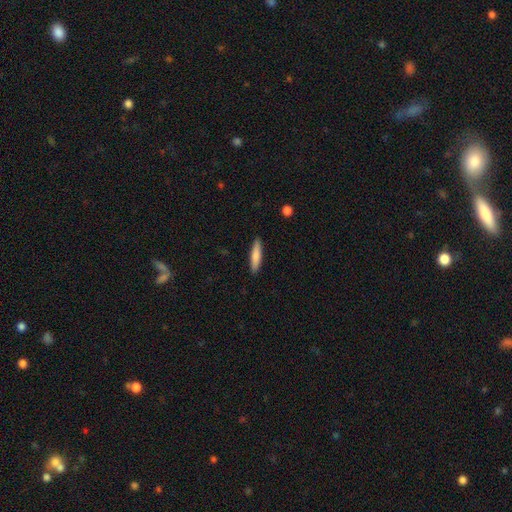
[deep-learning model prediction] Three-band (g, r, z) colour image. It shows a smooth galaxy with no disk features (79%) that is cigar-shaped (84%). Merging: none (90%).